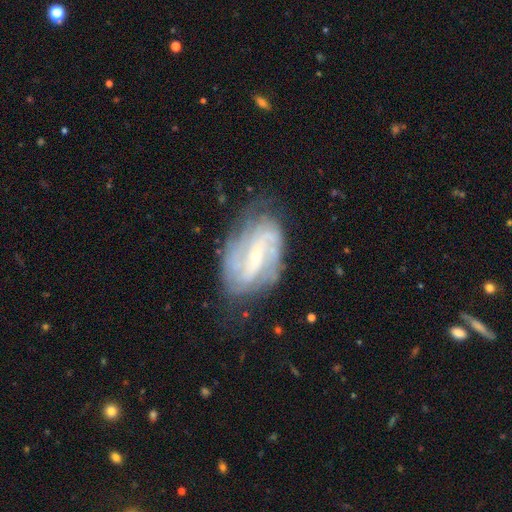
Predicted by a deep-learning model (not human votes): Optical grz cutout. It shows a featured or disk galaxy (84%) with a weak bar (44%), 2 (40%) tight (41%) spiral arms (94%) and a small central bulge (78%). Merging: none (70%).